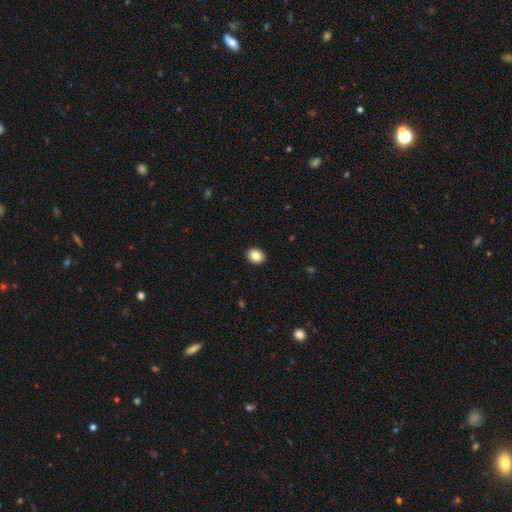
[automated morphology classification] Q: Smooth or featured?
A: smooth (85%); runner-up: star or artifact (9%)
Q: How rounded?
A: in between (53%); runner-up: round (46%)
Q: Merging?
A: none (92%); runner-up: minor disturbance (6%)